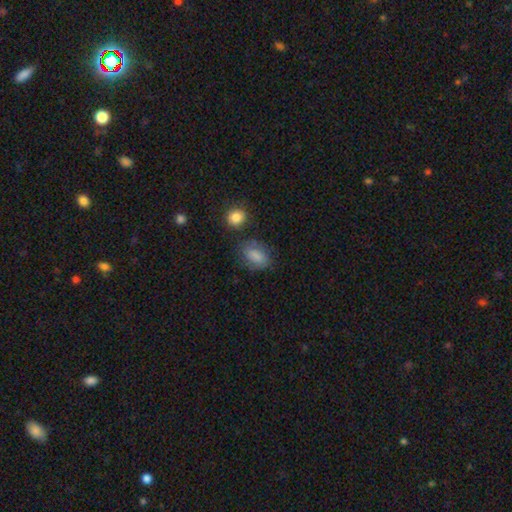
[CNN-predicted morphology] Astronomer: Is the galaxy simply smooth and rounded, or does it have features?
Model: smooth — 81%.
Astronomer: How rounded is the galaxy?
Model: in between — 81%.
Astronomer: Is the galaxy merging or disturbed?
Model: none — 66%.